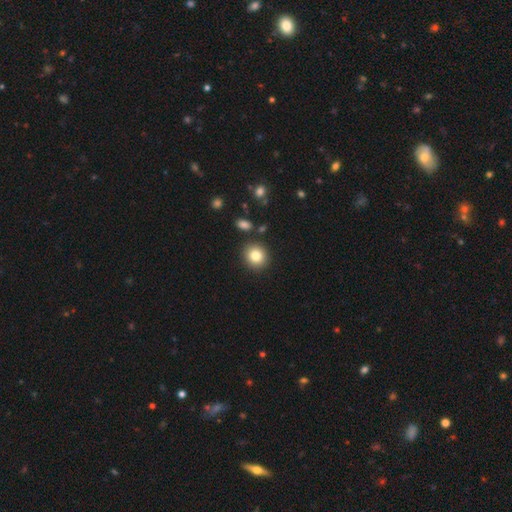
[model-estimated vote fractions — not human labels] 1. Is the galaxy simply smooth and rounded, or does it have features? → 83% smooth, 10% star or artifact, 8% featured or disk.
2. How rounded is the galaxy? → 87% round, 12% in between, 1% cigar-shaped.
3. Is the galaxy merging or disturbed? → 87% none, 7% minor disturbance, 4% merger, 2% major disturbance.